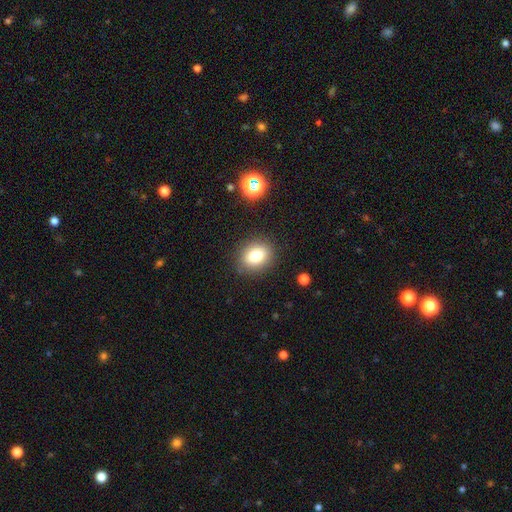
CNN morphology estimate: Smooth or featured? smooth (80%)
How rounded? in between (52%)
Merging? none (86%)